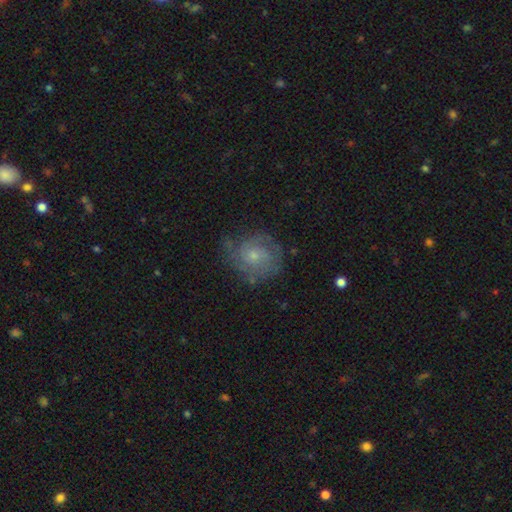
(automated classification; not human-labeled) The model was most divided on "spiral arm count": can't tell: 38%, 2: 34%, 3: 14%, 1: 6%, 4: 5%, more than 4: 4%. More confident: edge-on disk — no (98%); spiral arms — yes (85%); bar — no (78%); merging — none (67%); bulge size — small (65%); smooth or featured — featured or disk (64%); spiral winding — tight (58%).